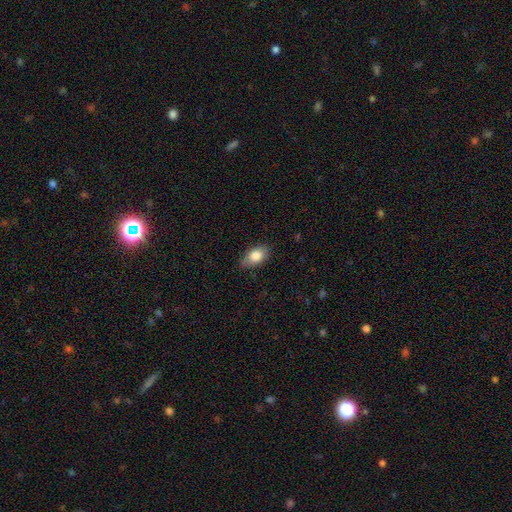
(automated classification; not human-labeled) The model was most divided on "merging": none: 79%, minor disturbance: 17%, major disturbance: 3%, merger: 1%. More confident: how rounded — in between (90%); smooth or featured — smooth (81%).